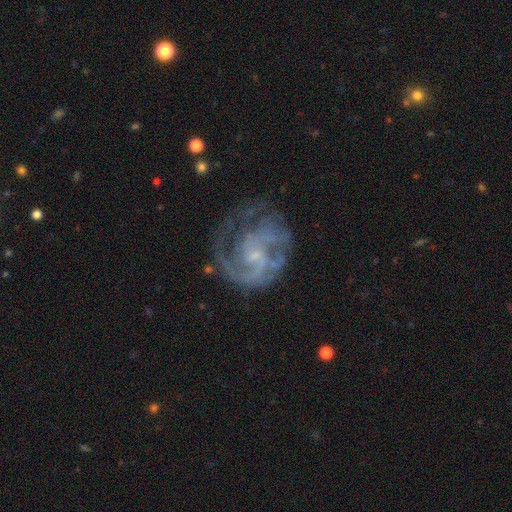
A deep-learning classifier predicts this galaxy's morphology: Smooth or featured?
  - featured or disk: 84% *
  - smooth: 9%
  - star or artifact: 7%
Edge-on disk?
  - no: 98% *
  - yes: 2%
Bar?
  - no: 57% *
  - weak: 37%
  - strong: 6%
Spiral arms?
  - yes: 92% *
  - no: 8%
Spiral winding?
  - medium: 44% *
  - tight: 39%
  - loose: 17%
Spiral arm count?
  - 2: 37% *
  - can't tell: 24%
  - 3: 16%
  - 1: 14%
  - 4: 5%
  - more than 4: 5%
Bulge size?
  - small: 68% *
  - none: 15%
  - moderate: 15%
  - large: 1%
  - dominant: 1%
Merging?
  - none: 56% *
  - major disturbance: 22%
  - minor disturbance: 19%
  - merger: 2%